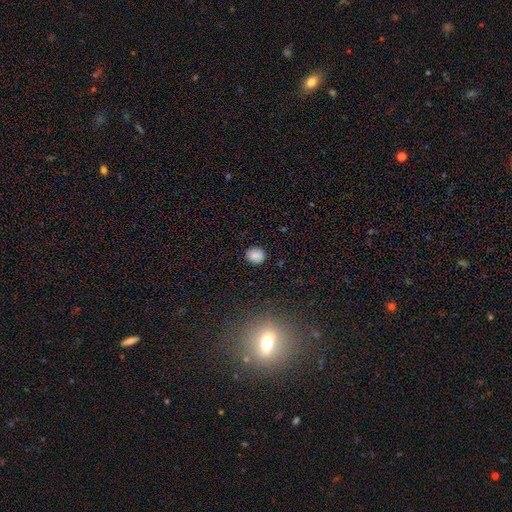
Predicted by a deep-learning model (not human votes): A smooth galaxy with no disk features (85%) that is round (62%). Merging: none (86%).